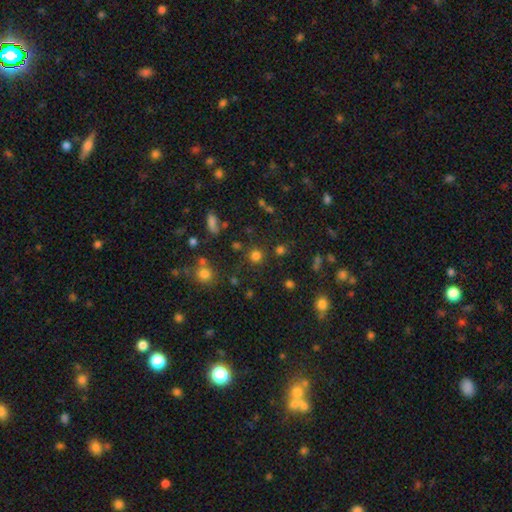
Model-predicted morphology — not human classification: A smooth galaxy with no disk features (74%) that is round (91%). Merging: none (82%).